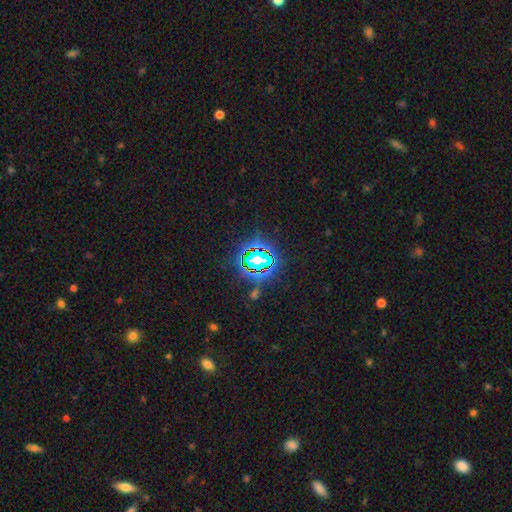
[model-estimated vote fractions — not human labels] Smooth or featured? Predicted: star or artifact (p=0.73).